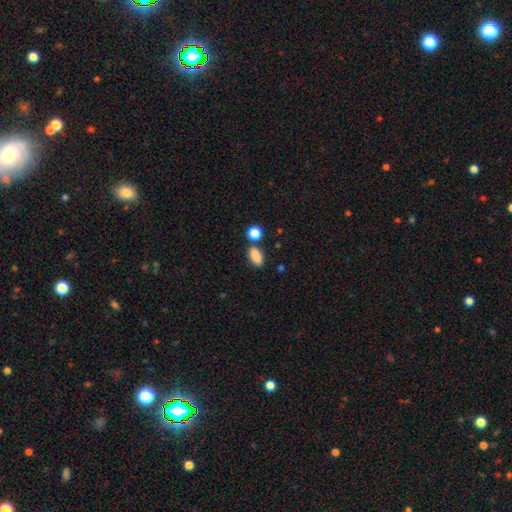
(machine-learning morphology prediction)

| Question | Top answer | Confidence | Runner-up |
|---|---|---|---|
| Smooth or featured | smooth | 87% | star or artifact (9%) |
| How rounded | in between | 81% | cigar-shaped (10%) |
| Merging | none | 74% | minor disturbance (12%) |